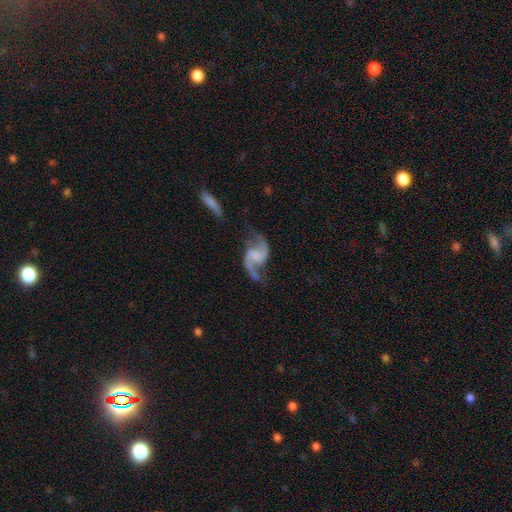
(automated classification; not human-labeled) featured or disk 91%, star or artifact 5%, smooth 4%. Down the decision tree: edge-on disk — no (98%); bar — no (48%); spiral arms — yes (98%); spiral arm count — 2 (94%); spiral winding — loose (67%); bulge size — none (62%); merging — none (72%).